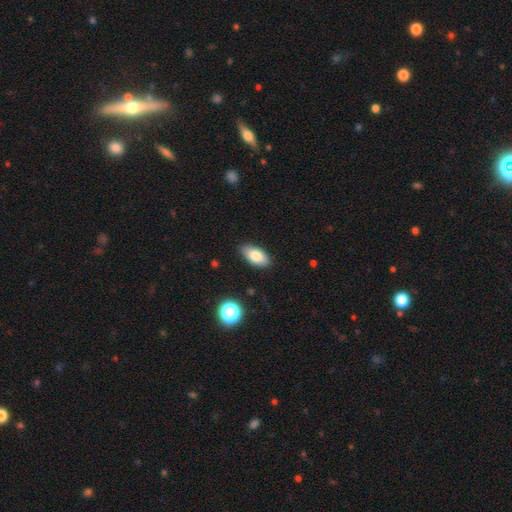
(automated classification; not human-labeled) Overall: smooth (81%). How rounded: in between (91%). Merging: none (86%).